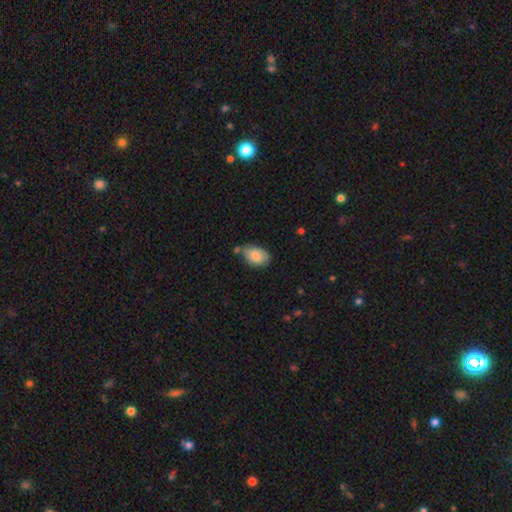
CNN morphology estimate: Smooth or featured: smooth — 85% (featured or disk — 8%)
How rounded: in between — 89% (round — 10%)
Merging: none — 61% (minor disturbance — 24%)